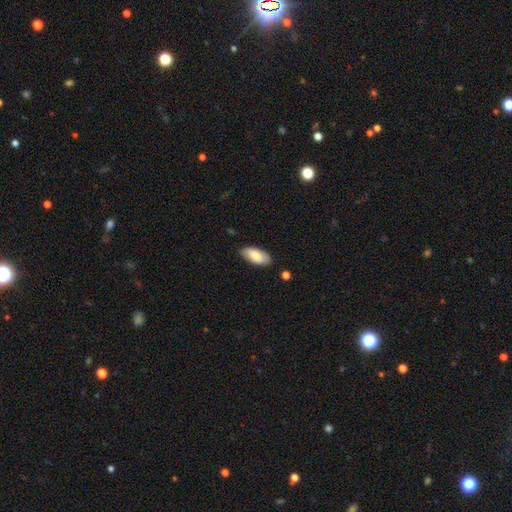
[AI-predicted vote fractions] A smooth galaxy with no disk features (77%) that is in between round and cigar-shaped (91%). Merging: none (84%).